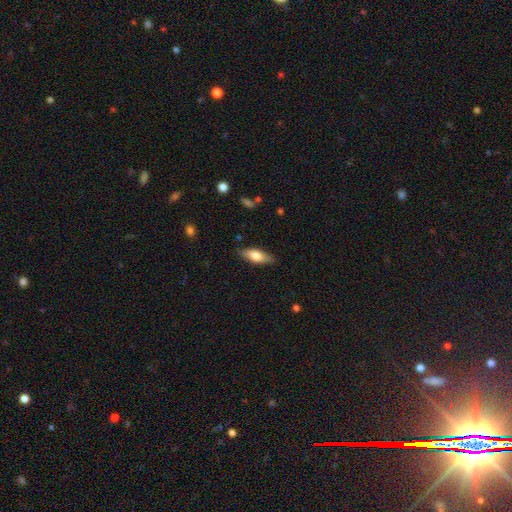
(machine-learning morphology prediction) This appears to be a smooth galaxy with no disk features (67%) that is in between round and cigar-shaped (67%). Merging: none (85%).